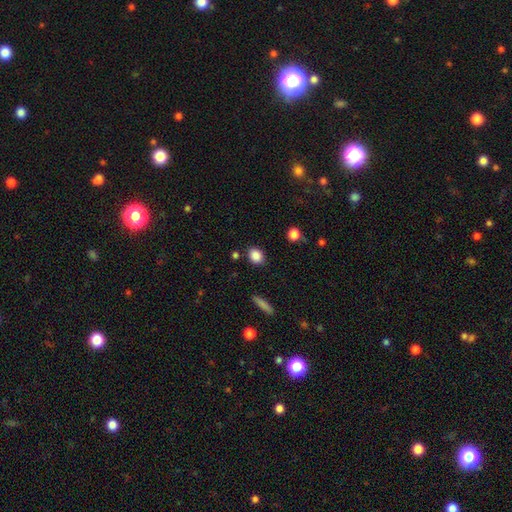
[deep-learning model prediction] smooth_or_featured: smooth (p=0.86) [alt: star or artifact p=0.09]
how_rounded: round (p=0.50) [alt: in between p=0.49]
merging: none (p=0.85) [alt: minor disturbance p=0.09]